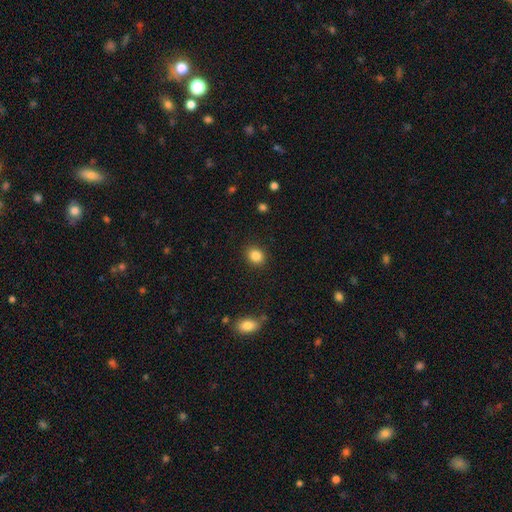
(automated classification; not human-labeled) smooth_or_featured: smooth (p=0.86) [alt: star or artifact p=0.10]
how_rounded: round (p=0.60) [alt: in between p=0.40]
merging: none (p=0.89) [alt: minor disturbance p=0.07]